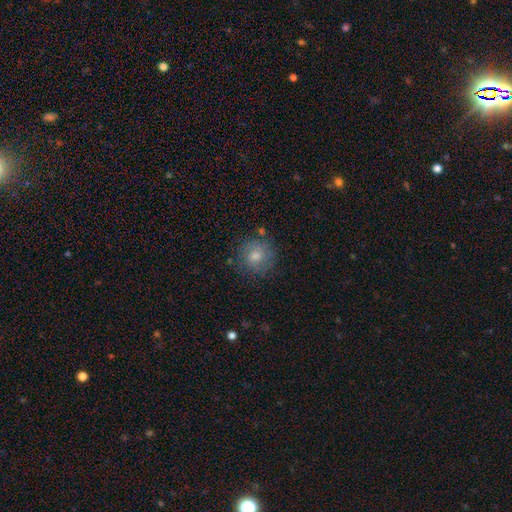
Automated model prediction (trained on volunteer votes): A smooth galaxy with no disk features (59%) that is round (89%).

Vote fractions:
- Smooth or featured? smooth: 59% / featured or disk: 25% / star or artifact: 16%
- How rounded? round: 89% / in between: 9% / cigar-shaped: 1%
- Merging? none: 81% / minor disturbance: 13% / major disturbance: 4% / merger: 2%